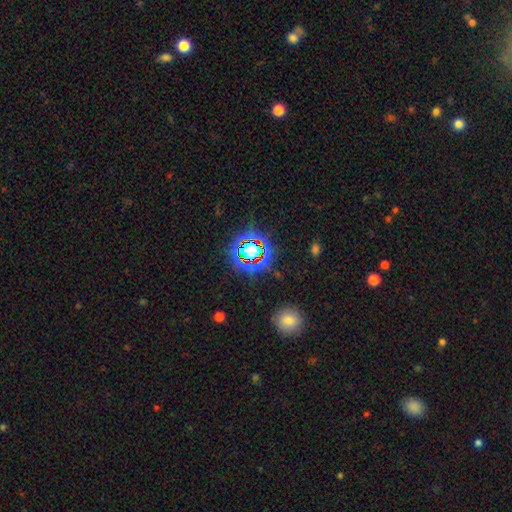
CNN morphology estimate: Smooth or featured: star or artifact — 72% (smooth — 18%)